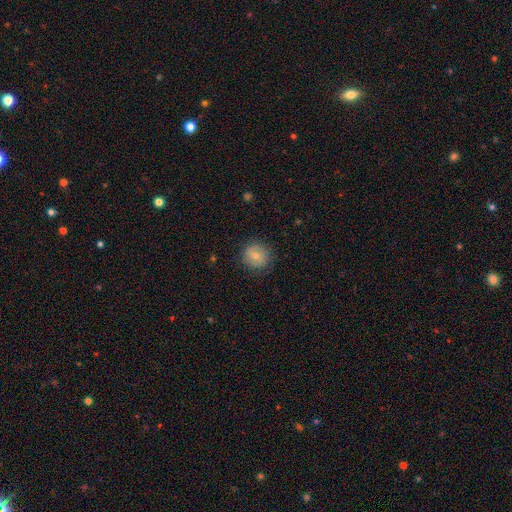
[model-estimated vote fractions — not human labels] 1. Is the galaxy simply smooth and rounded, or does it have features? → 74% smooth, 17% featured or disk, 9% star or artifact.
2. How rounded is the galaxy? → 89% round, 11% in between, 1% cigar-shaped.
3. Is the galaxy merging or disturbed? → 85% none, 11% minor disturbance, 3% major disturbance, 1% merger.